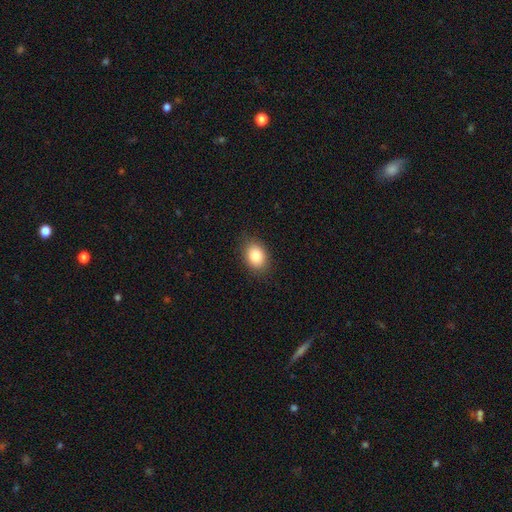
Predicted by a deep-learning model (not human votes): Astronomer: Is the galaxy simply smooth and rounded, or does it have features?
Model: smooth — 85%.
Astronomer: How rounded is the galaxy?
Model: in between — 72%.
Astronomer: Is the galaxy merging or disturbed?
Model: none — 86%.